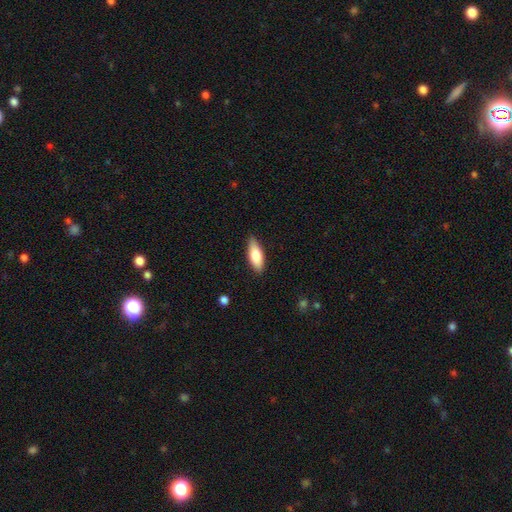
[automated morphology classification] A smooth galaxy with no disk features (79%) that is in between round and cigar-shaped (72%). Merging: none (83%).